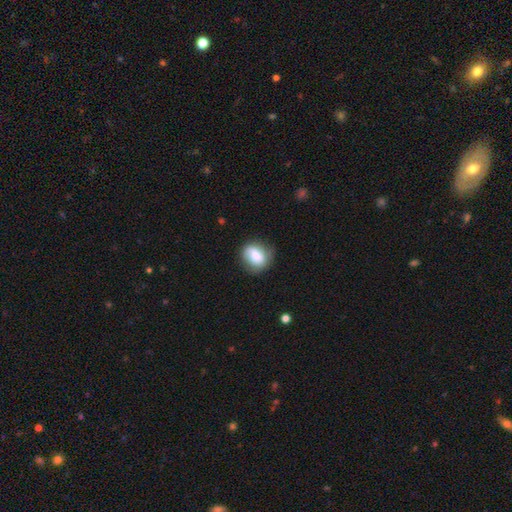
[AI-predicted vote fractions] Smooth or featured? smooth (64%)
How rounded? round (67%)
Merging? none (68%)